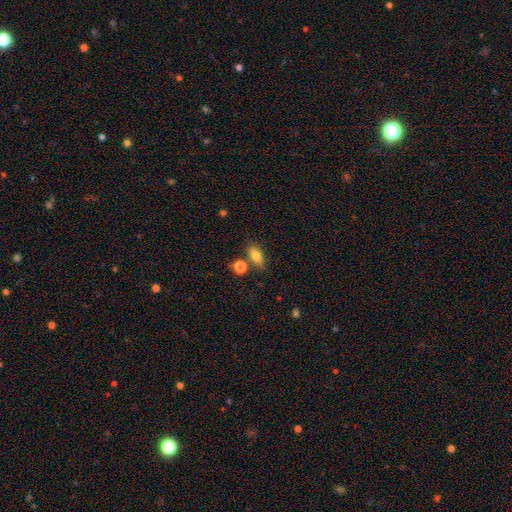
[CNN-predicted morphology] Q: Smooth or featured?
A: smooth (78%); runner-up: featured or disk (12%)
Q: How rounded?
A: in between (80%); runner-up: round (10%)
Q: Merging?
A: none (70%); runner-up: minor disturbance (14%)